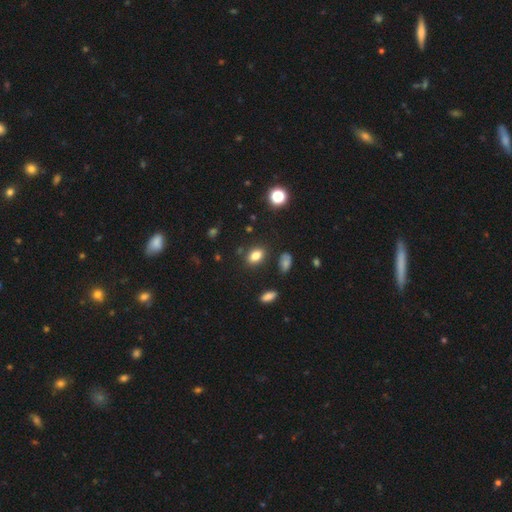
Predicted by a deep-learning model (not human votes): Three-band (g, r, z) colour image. It shows a smooth galaxy with no disk features (81%) that is in between round and cigar-shaped (83%). Merging: none (82%).